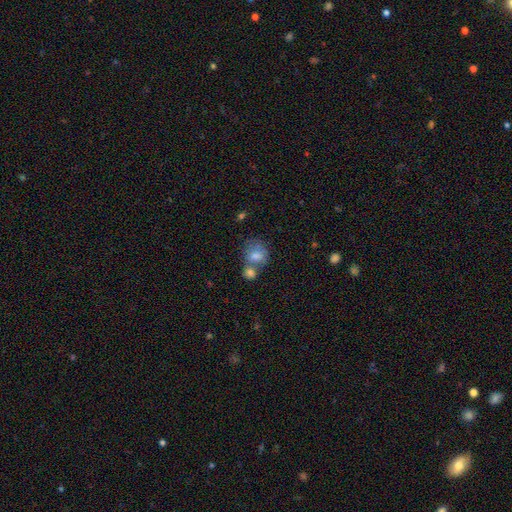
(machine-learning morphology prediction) smooth-or-featured: smooth: 78% | featured or disk: 14% | star or artifact: 8%
  how-rounded: round: 56% | in between: 42% | cigar-shaped: 1%
  merging: merger: 46% | none: 33% | minor disturbance: 14% | major disturbance: 7%